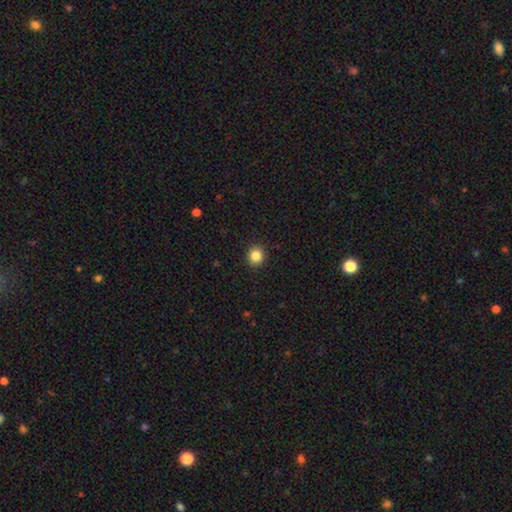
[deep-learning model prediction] Smooth or featured? Predicted: smooth (p=0.84). How rounded? Predicted: round (p=0.88). Merging? Predicted: none (p=0.92).